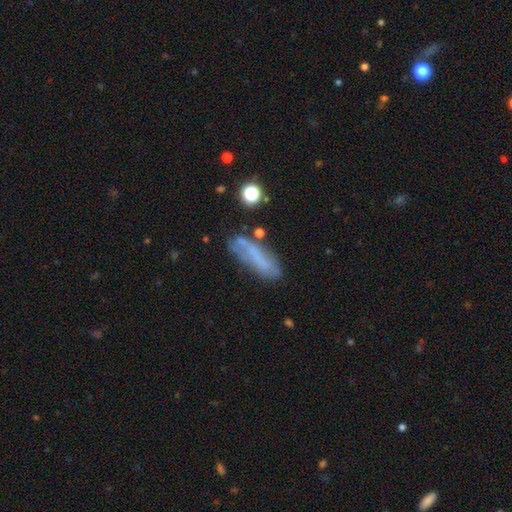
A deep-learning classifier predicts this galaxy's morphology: A smooth galaxy with no disk features (51%) that is cigar-shaped (59%). Merging: none (55%).